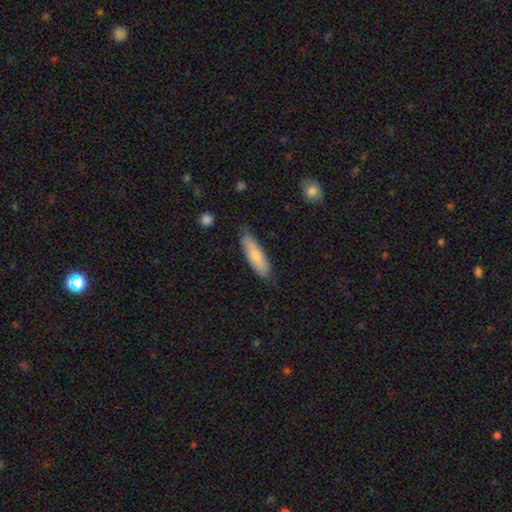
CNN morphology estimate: smooth-or-featured: smooth: 76% | featured or disk: 19% | star or artifact: 6%
  how-rounded: cigar-shaped: 58% | in between: 40% | round: 2%
  merging: none: 78% | minor disturbance: 18% | major disturbance: 3% | merger: 1%